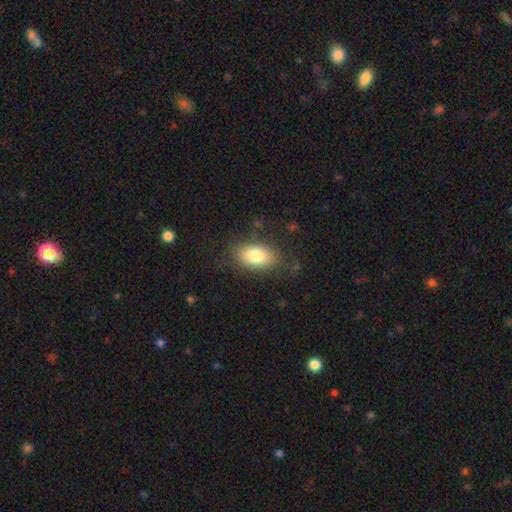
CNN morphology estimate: Smooth or featured? Predicted: smooth (p=0.80). How rounded? Predicted: in between (p=0.90). Merging? Predicted: none (p=0.79).